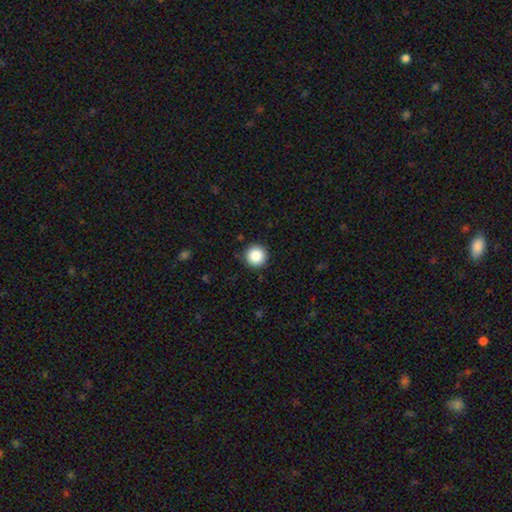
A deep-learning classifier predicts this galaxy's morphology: A smooth galaxy with no disk features (86%) that is round (96%). Merging: none (92%).